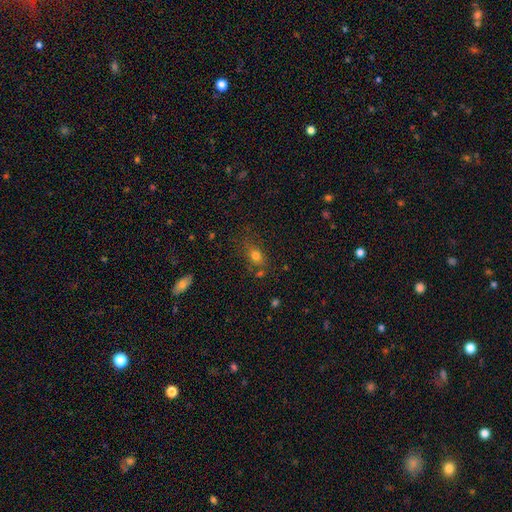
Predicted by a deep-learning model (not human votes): Smooth or featured? smooth (74%)
How rounded? in between (58%)
Merging? none (67%)